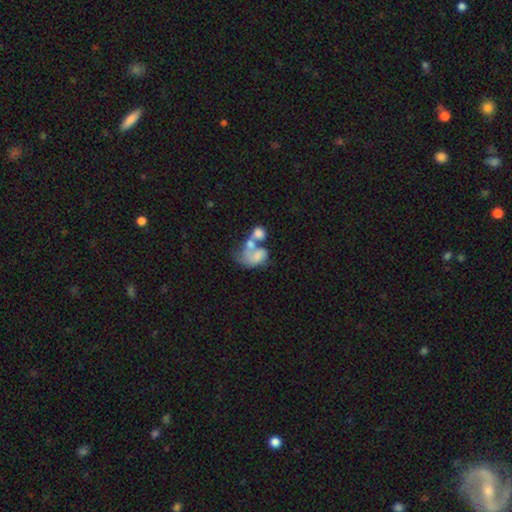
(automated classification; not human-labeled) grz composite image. It shows a smooth galaxy with no disk features (48%). Merging: merger (59%).